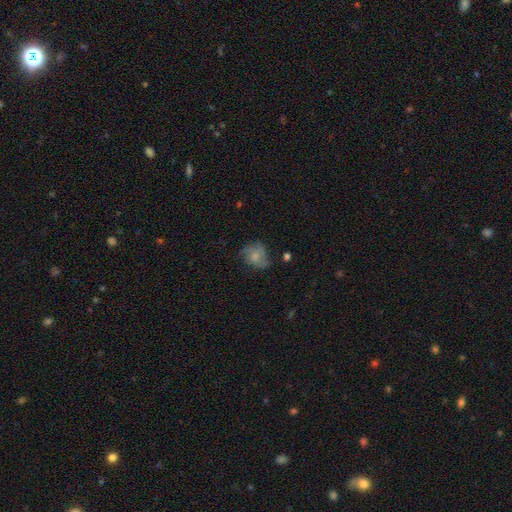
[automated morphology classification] Q: Smooth or featured?
A: smooth (60%); runner-up: featured or disk (30%)
Q: How rounded?
A: round (59%); runner-up: in between (40%)
Q: Merging?
A: none (54%); runner-up: minor disturbance (27%)